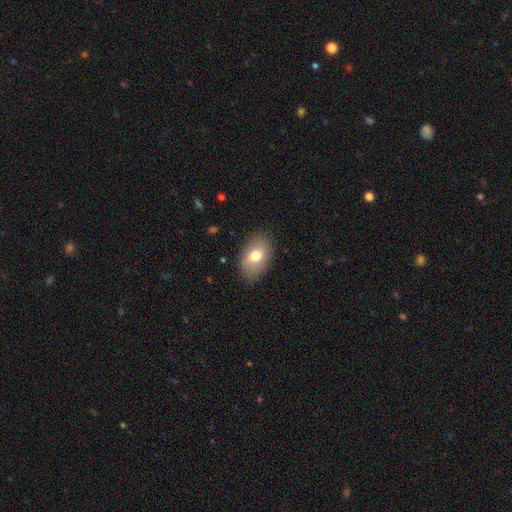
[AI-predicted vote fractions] This is likely a smooth galaxy (73%). How rounded: clearly in between (88%). Merging: clearly none (84%).